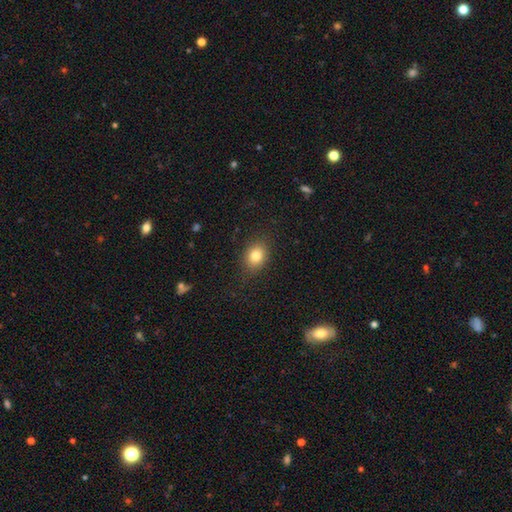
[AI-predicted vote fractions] Smooth or featured: smooth — 81% (star or artifact — 10%)
How rounded: in between — 57% (round — 42%)
Merging: none — 83% (minor disturbance — 12%)